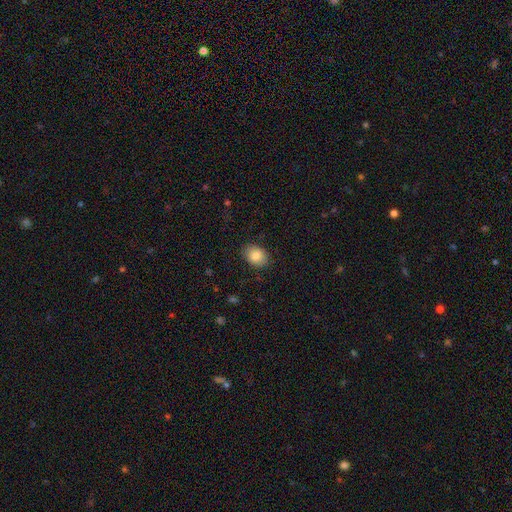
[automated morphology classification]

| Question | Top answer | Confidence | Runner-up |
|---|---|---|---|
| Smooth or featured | smooth | 86% | star or artifact (8%) |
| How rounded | in between | 67% | round (32%) |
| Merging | none | 87% | minor disturbance (10%) |